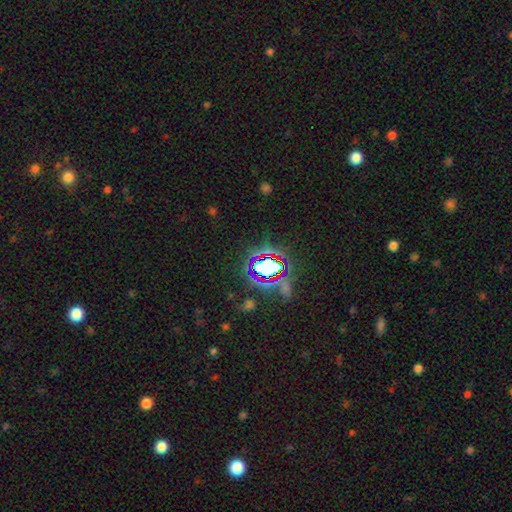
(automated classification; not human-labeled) Smooth or featured: star or artifact — 78% (smooth — 13%)